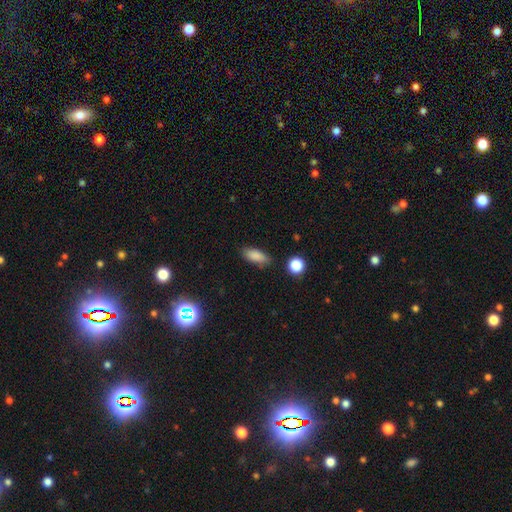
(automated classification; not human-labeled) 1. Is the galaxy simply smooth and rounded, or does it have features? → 85% smooth, 9% star or artifact, 6% featured or disk.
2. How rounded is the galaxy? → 80% in between, 16% cigar-shaped, 4% round.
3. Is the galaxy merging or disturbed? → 79% none, 14% minor disturbance, 3% major disturbance, 3% merger.